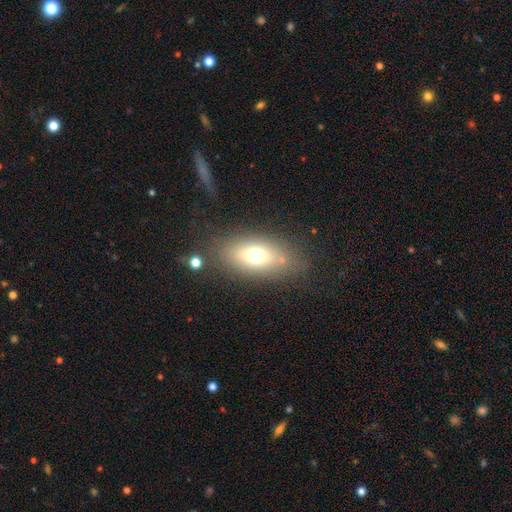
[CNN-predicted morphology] smooth-or-featured: smooth: 69% | featured or disk: 19% | star or artifact: 12%
  how-rounded: in between: 81% | round: 12% | cigar-shaped: 7%
  merging: none: 76% | minor disturbance: 13% | major disturbance: 7% | merger: 5%